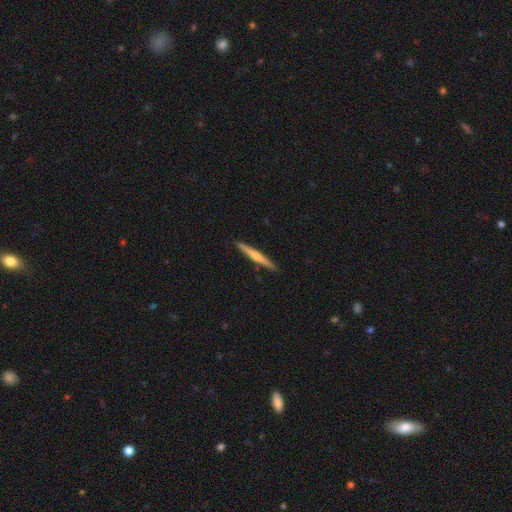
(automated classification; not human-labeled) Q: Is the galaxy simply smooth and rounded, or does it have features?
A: featured or disk — 51%.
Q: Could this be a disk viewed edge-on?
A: yes — 97%.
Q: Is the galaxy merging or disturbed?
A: none — 91%.